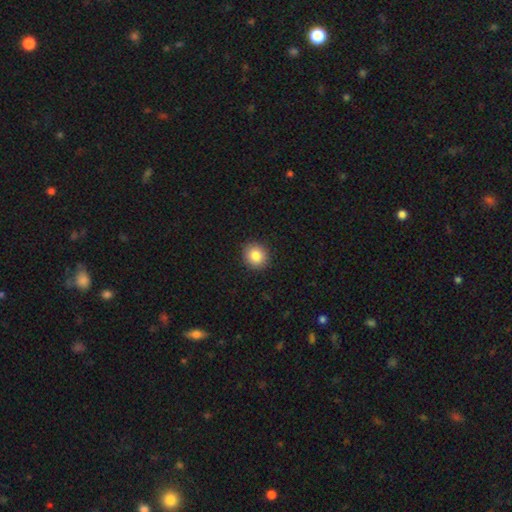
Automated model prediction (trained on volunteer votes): Smooth or featured? Predicted: smooth (p=0.84). How rounded? Predicted: round (p=0.85). Merging? Predicted: none (p=0.91).